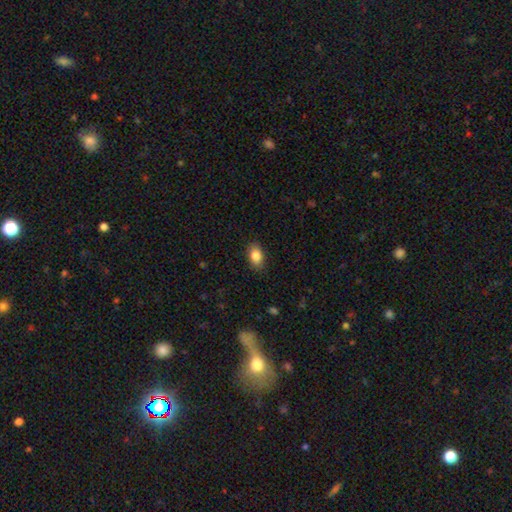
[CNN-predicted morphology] smooth 85%, star or artifact 8%, featured or disk 7%. Down the decision tree: how rounded — in between (88%); merging — none (87%).